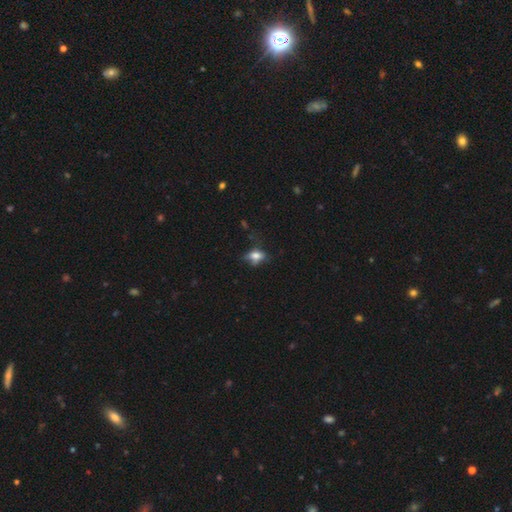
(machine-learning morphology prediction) The model was most divided on "merging": none: 42%, minor disturbance: 30%, major disturbance: 22%, merger: 6%. More confident: how rounded — in between (77%); smooth or featured — smooth (64%).